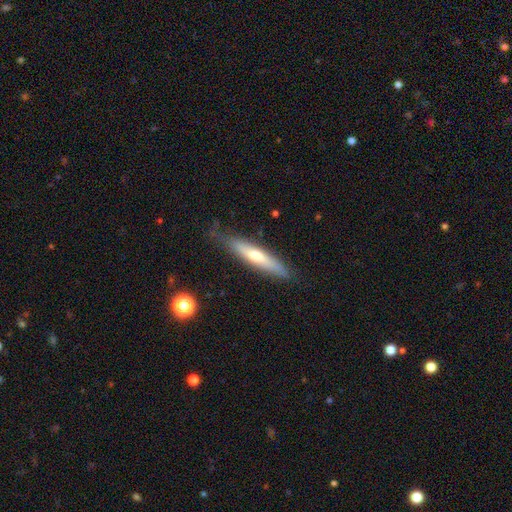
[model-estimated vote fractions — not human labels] Smooth or featured? Predicted: smooth (p=0.48). Merging? Predicted: none (p=0.77).